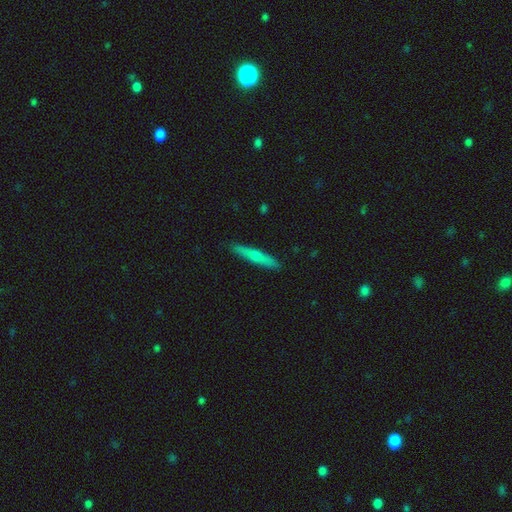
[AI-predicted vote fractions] This is possibly a smooth galaxy (49%). Merging: clearly none (90%).